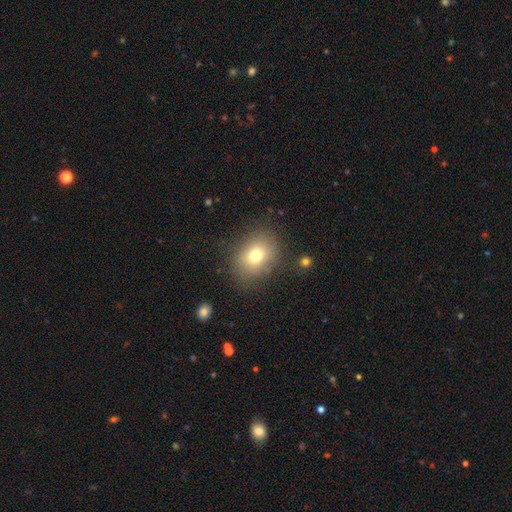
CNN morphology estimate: Q: Smooth or featured?
A: smooth (74%); runner-up: featured or disk (14%)
Q: How rounded?
A: in between (51%); runner-up: round (48%)
Q: Merging?
A: none (79%); runner-up: minor disturbance (13%)